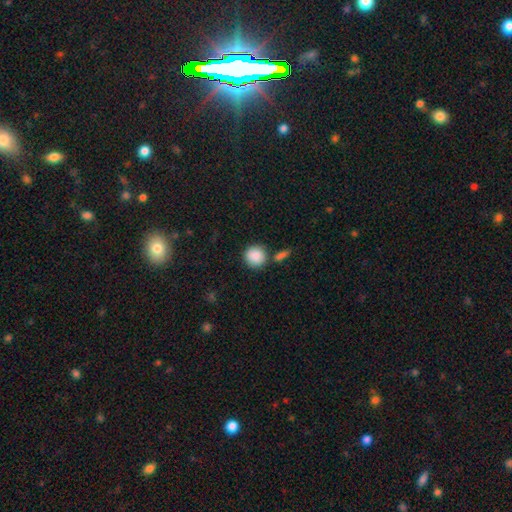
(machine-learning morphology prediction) Overall: smooth (87%). How rounded: round (91%). Merging: none (75%).